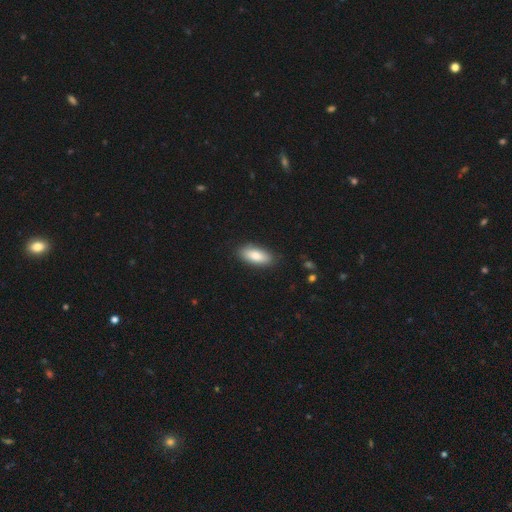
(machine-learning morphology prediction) Smooth or featured?
  - smooth: 83% *
  - featured or disk: 11%
  - star or artifact: 6%
How rounded?
  - in between: 83% *
  - cigar-shaped: 15%
  - round: 2%
Merging?
  - none: 87% *
  - minor disturbance: 10%
  - major disturbance: 2%
  - merger: 1%